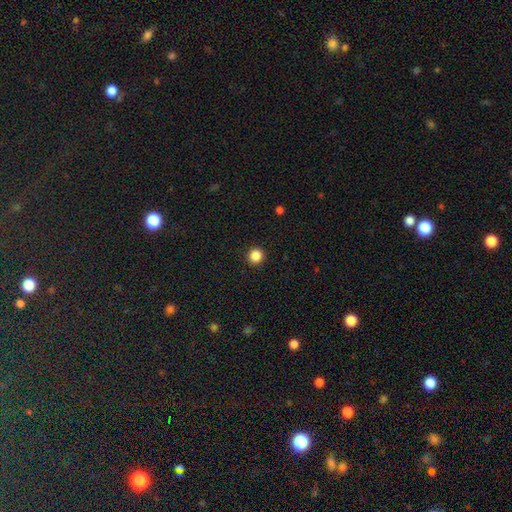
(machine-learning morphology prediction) This is clearly a smooth galaxy (86%). How rounded: clearly round (94%). Merging: clearly none (93%).